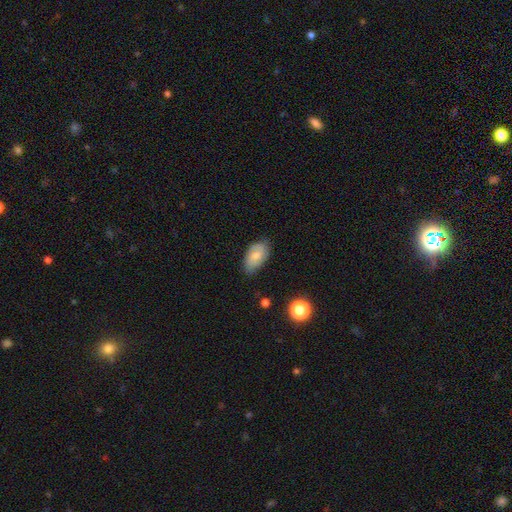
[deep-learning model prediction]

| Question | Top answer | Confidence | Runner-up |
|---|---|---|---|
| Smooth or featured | smooth | 65% | featured or disk (28%) |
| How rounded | in between | 93% | round (5%) |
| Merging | none | 69% | minor disturbance (25%) |